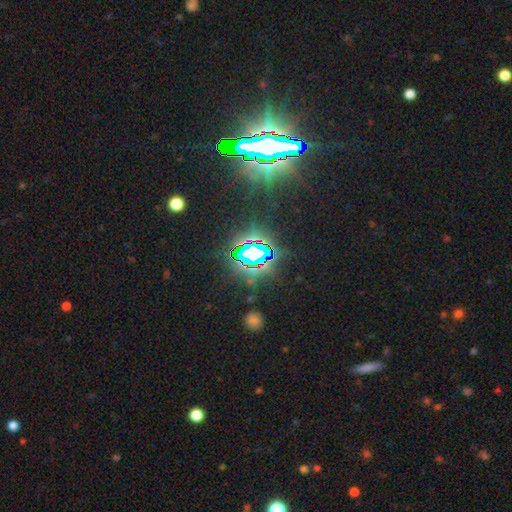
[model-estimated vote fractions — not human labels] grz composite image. It shows a star or artifact, not a galaxy (79%).